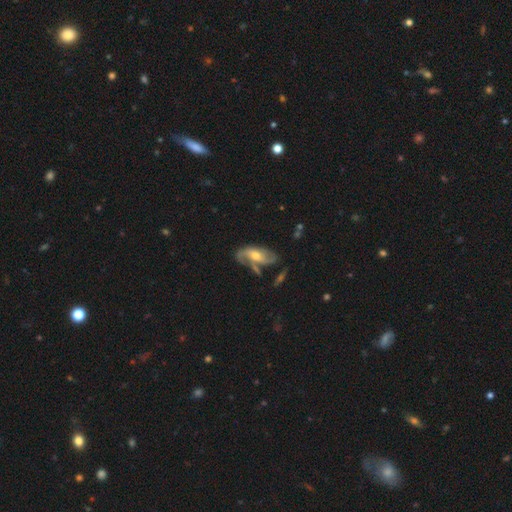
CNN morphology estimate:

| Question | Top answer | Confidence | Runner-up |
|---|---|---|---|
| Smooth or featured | featured or disk | 68% | smooth (25%) |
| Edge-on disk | no | 90% | yes (10%) |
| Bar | no | 58% | weak (31%) |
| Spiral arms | yes | 84% | no (16%) |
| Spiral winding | loose | 39% | tied: medium (39%) |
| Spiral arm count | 2 | 56% | can't tell (19%) |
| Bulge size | moderate | 63% | small (30%) |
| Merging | none | 47% | minor disturbance (24%) |